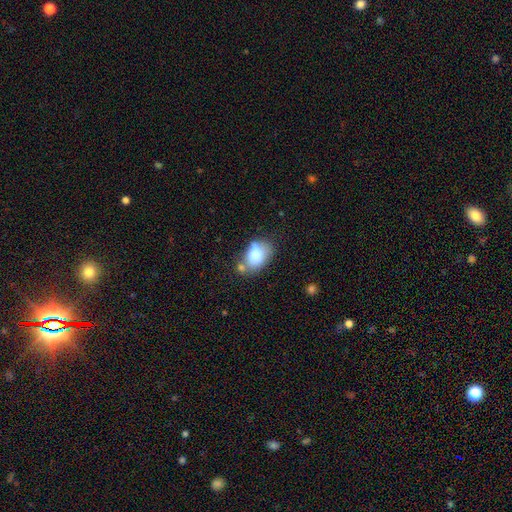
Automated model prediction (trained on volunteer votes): Smooth or featured? smooth (77%)
How rounded? in between (84%)
Merging? none (41%)